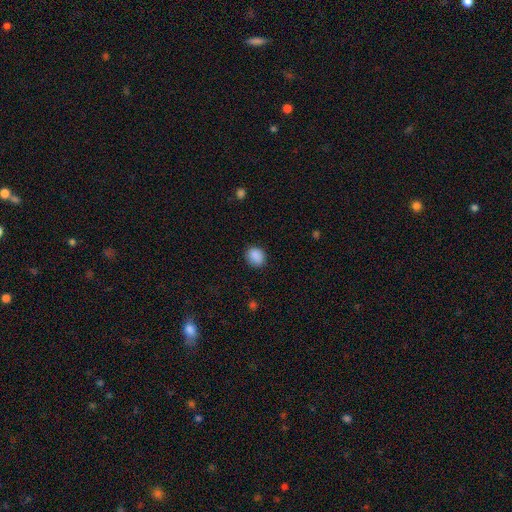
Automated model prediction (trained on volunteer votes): A smooth galaxy with no disk features (88%) that is round (53%).

Vote fractions:
- Smooth or featured? smooth: 88% / star or artifact: 8% / featured or disk: 3%
- How rounded? round: 53% / in between: 46% / cigar-shaped: 1%
- Merging? none: 83% / minor disturbance: 13% / major disturbance: 3% / merger: 1%